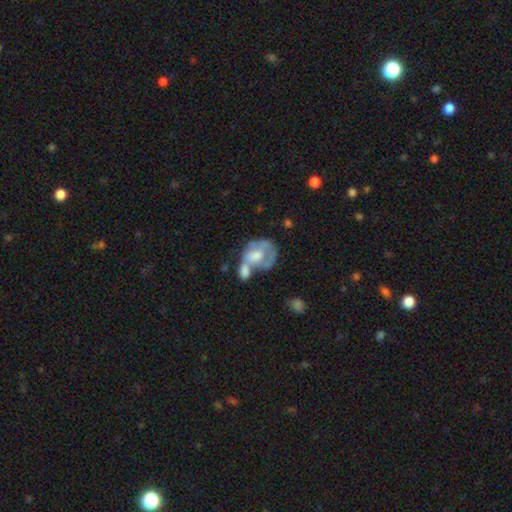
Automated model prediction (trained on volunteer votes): A featured or disk galaxy (53%) with no bar (77%), no spiral arms (63%) and a moderate central bulge (53%). Merging: merger (47%).